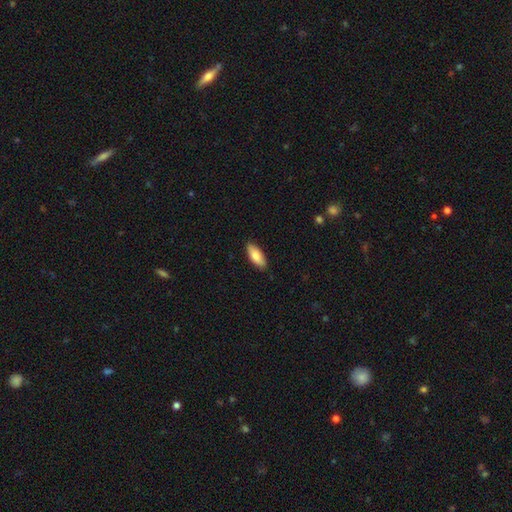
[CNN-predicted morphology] Overall: smooth (85%). How rounded: in between (78%). Merging: none (87%).